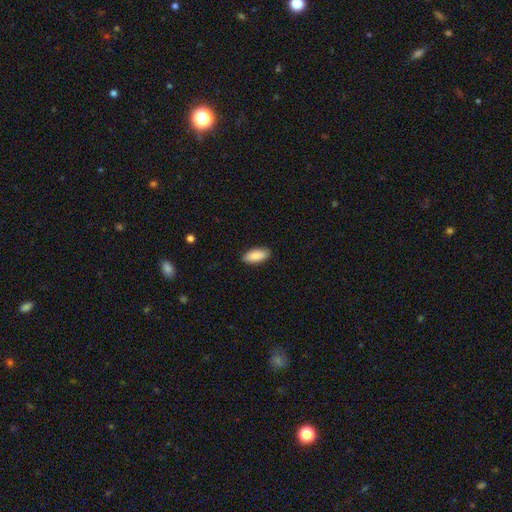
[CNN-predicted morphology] smooth_or_featured: smooth (p=0.89) [alt: star or artifact p=0.05]
how_rounded: in between (p=0.87) [alt: cigar-shaped p=0.11]
merging: none (p=0.89) [alt: minor disturbance p=0.08]